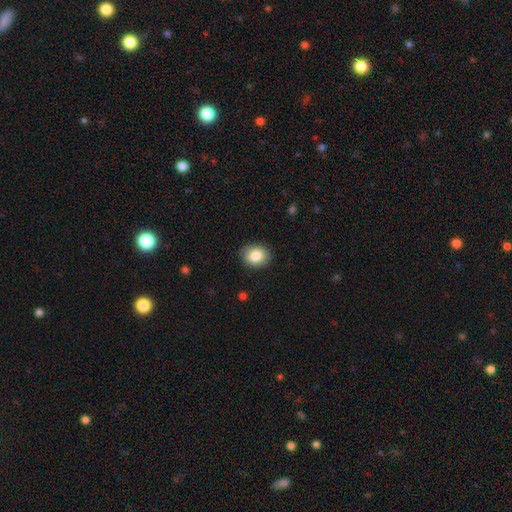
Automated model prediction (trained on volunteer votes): Q: Smooth or featured?
A: smooth (84%); runner-up: star or artifact (8%)
Q: How rounded?
A: round (52%); runner-up: in between (47%)
Q: Merging?
A: none (89%); runner-up: minor disturbance (8%)